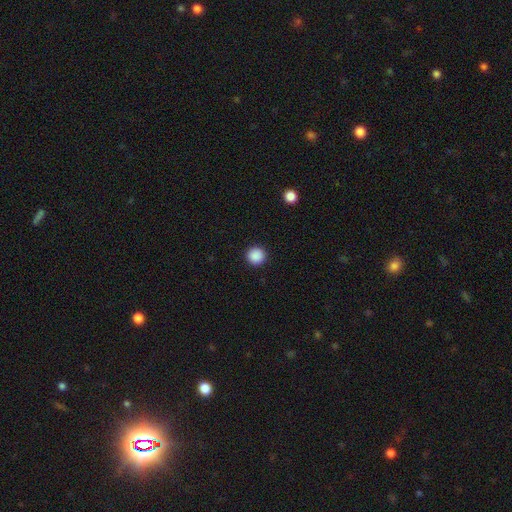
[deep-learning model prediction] This appears to be a smooth galaxy with no disk features (88%) that is round (96%). Merging: none (93%).